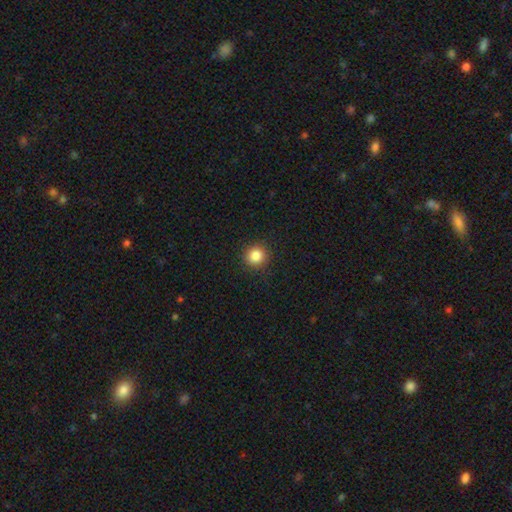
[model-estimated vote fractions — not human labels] A smooth galaxy with no disk features (85%) that is round (93%).

Vote fractions:
- Smooth or featured? smooth: 85% / star or artifact: 11% / featured or disk: 5%
- How rounded? round: 93% / in between: 6% / cigar-shaped: 1%
- Merging? none: 91% / minor disturbance: 6% / major disturbance: 2% / merger: 1%